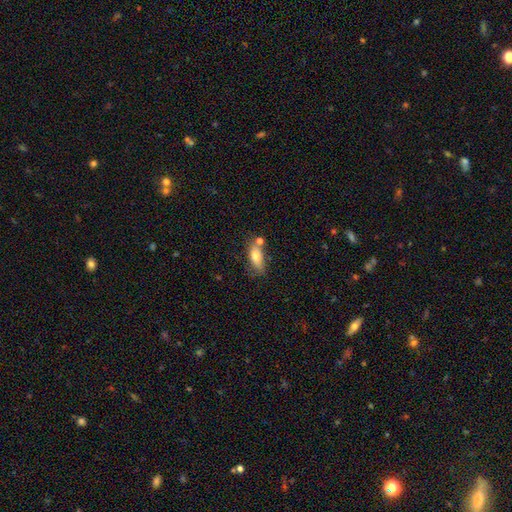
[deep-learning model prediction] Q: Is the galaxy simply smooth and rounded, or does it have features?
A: smooth — 72%.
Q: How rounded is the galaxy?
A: in between — 75%.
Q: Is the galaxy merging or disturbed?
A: none — 56%.